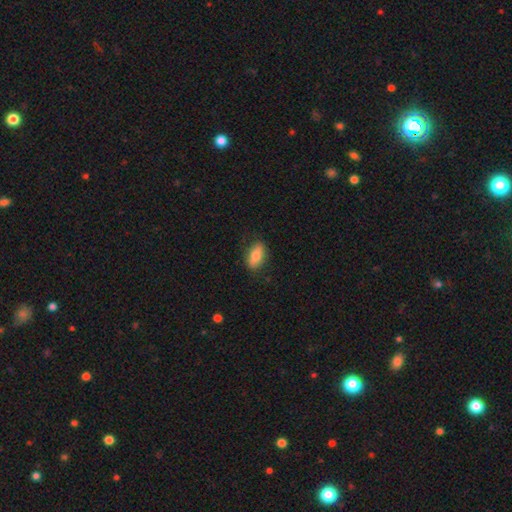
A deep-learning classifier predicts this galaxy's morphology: Smooth or featured? smooth (77%)
How rounded? in between (89%)
Merging? none (82%)